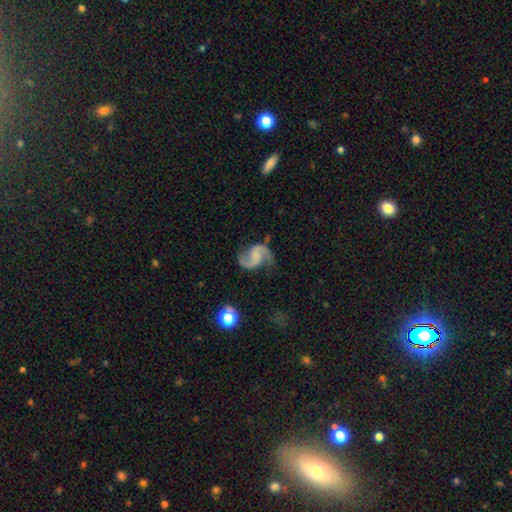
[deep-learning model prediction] Q: Smooth or featured?
A: featured or disk (90%); runner-up: smooth (5%)
Q: Edge-on disk?
A: no (98%); runner-up: yes (2%)
Q: Bar?
A: no (49%); runner-up: weak (40%)
Q: Spiral arms?
A: yes (98%); runner-up: no (2%)
Q: Spiral winding?
A: loose (52%); runner-up: medium (41%)
Q: Spiral arm count?
A: 2 (94%); runner-up: 1 (2%)
Q: Bulge size?
A: none (54%); runner-up: small (26%)
Q: Merging?
A: none (75%); runner-up: minor disturbance (16%)